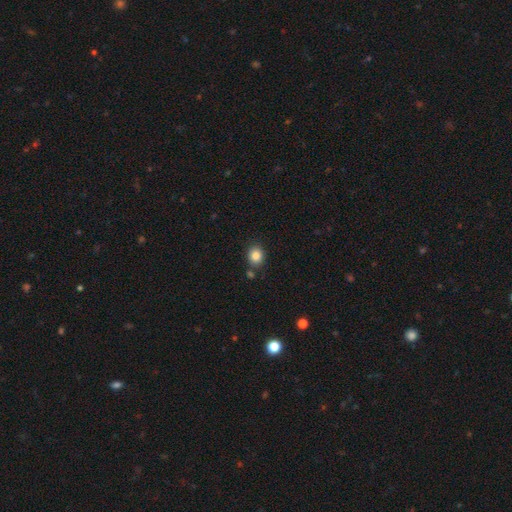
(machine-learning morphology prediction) Smooth or featured? smooth (85%)
How rounded? round (67%)
Merging? none (79%)